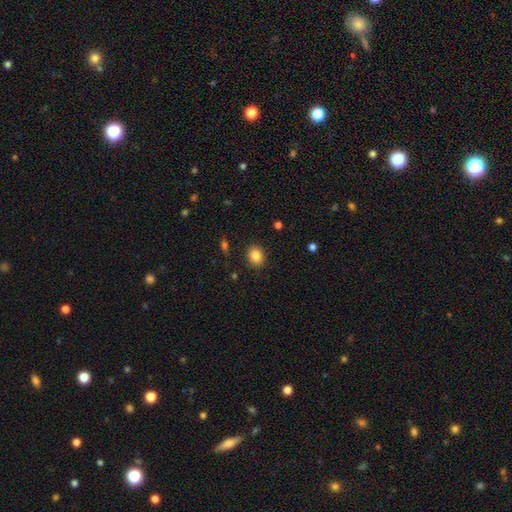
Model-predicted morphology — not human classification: smooth-or-featured: smooth: 85% | star or artifact: 9% | featured or disk: 6%
  how-rounded: in between: 53% | round: 46% | cigar-shaped: 1%
  merging: none: 88% | minor disturbance: 8% | major disturbance: 2% | merger: 1%